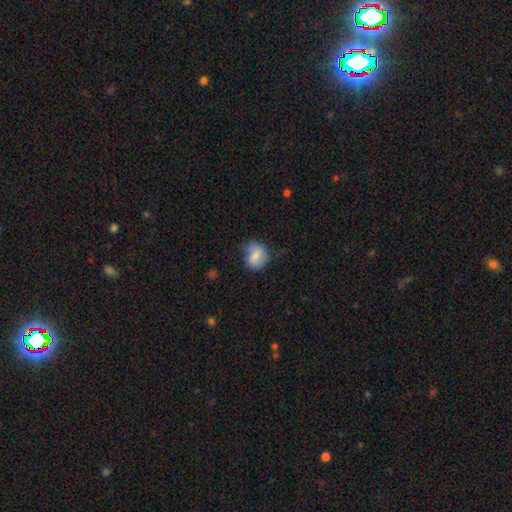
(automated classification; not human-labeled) Smooth or featured? smooth (66%)
How rounded? round (67%)
Merging? none (63%)